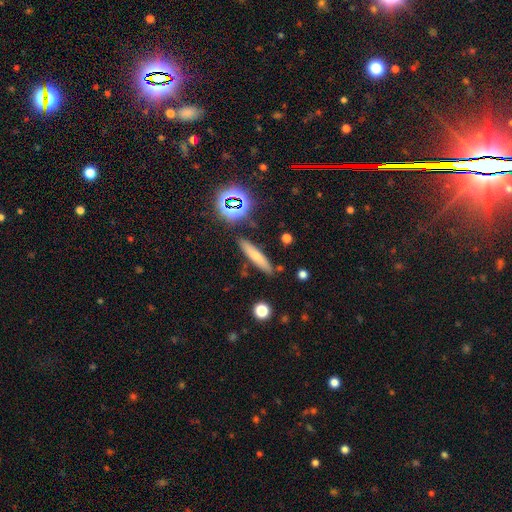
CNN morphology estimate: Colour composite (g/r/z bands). It shows a smooth galaxy with no disk features (62%) that is cigar-shaped (82%). Merging: none (84%).